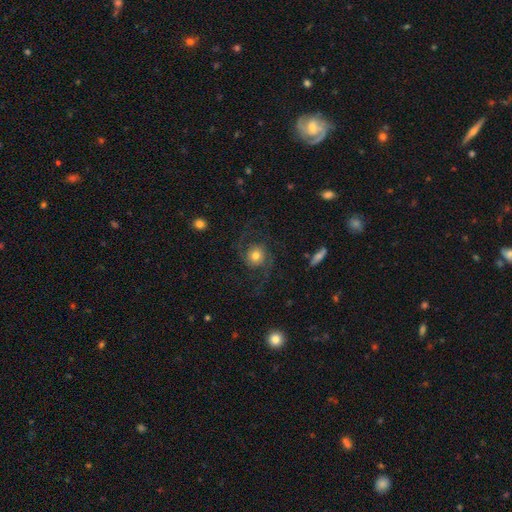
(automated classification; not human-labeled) A featured or disk galaxy (71%) with no bar (73%), 2 (86%) loose (46%) spiral arms (94%) and a moderate central bulge (60%). Merging: none (70%).